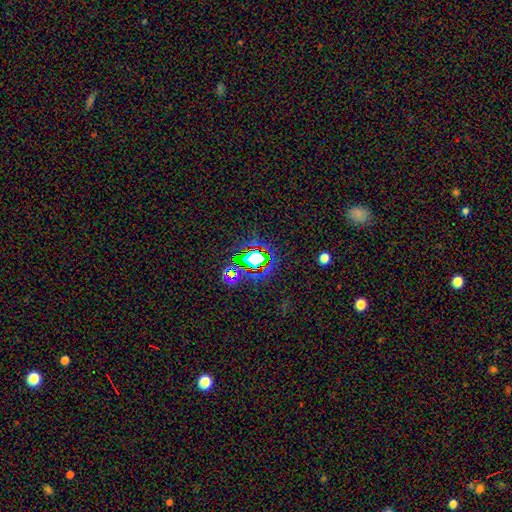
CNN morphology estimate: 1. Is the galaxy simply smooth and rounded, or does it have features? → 68% star or artifact, 21% smooth, 12% featured or disk.